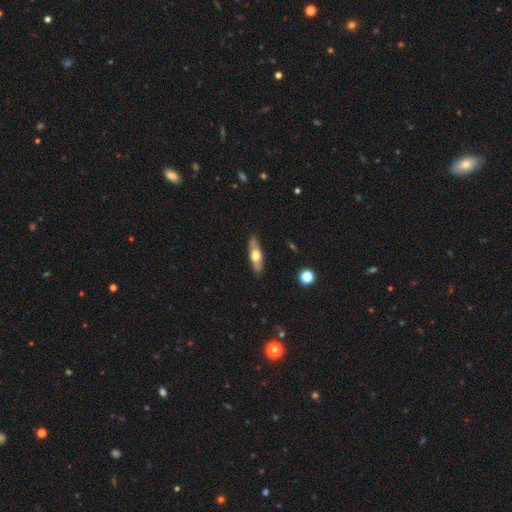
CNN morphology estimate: This appears to be a smooth galaxy with no disk features (53%) that is cigar-shaped (50%). Merging: none (88%).